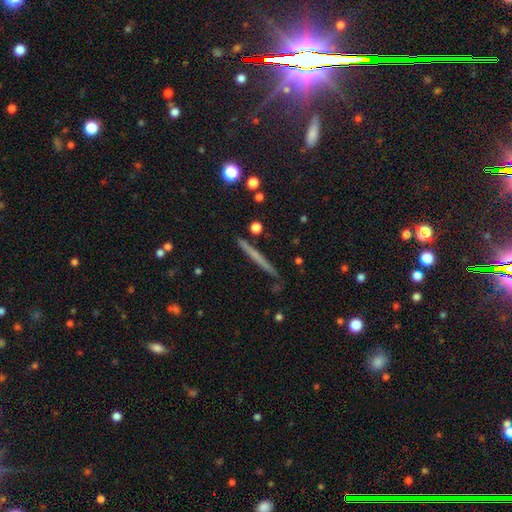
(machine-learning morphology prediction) Smooth or featured? Predicted: featured or disk (p=0.46). Merging? Predicted: none (p=0.88).